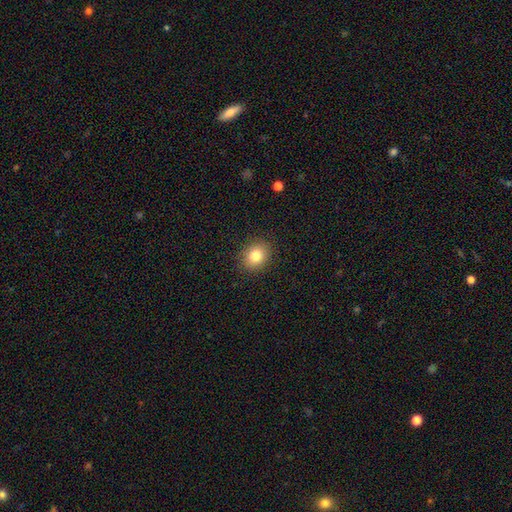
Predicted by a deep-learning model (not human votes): smooth 83%, star or artifact 10%, featured or disk 7%. Down the decision tree: how rounded — round (58%); merging — none (89%).